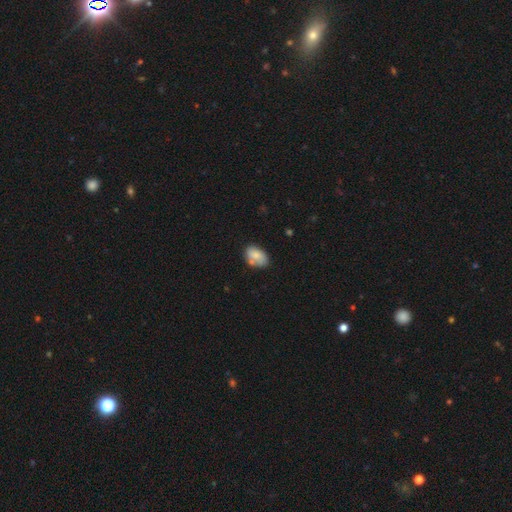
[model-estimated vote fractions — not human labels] Q: Smooth or featured?
A: smooth (76%); runner-up: featured or disk (17%)
Q: How rounded?
A: in between (87%); runner-up: round (12%)
Q: Merging?
A: none (54%); runner-up: minor disturbance (25%)